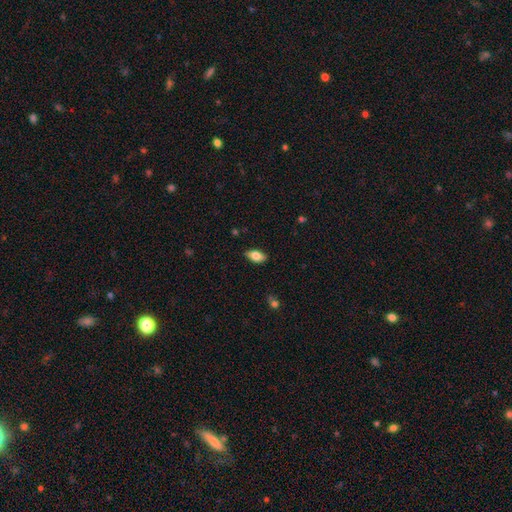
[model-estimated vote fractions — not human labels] This is likely a smooth galaxy (77%). How rounded: clearly in between (90%). Merging: clearly none (84%).